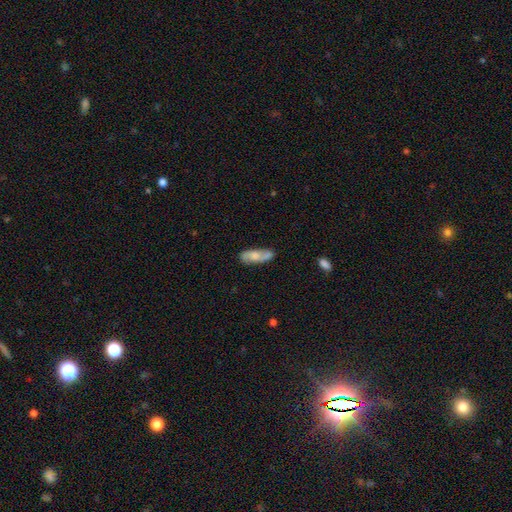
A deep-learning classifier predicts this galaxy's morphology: smooth 49%, featured or disk 45%, star or artifact 6%. Down the decision tree: merging — none (75%).